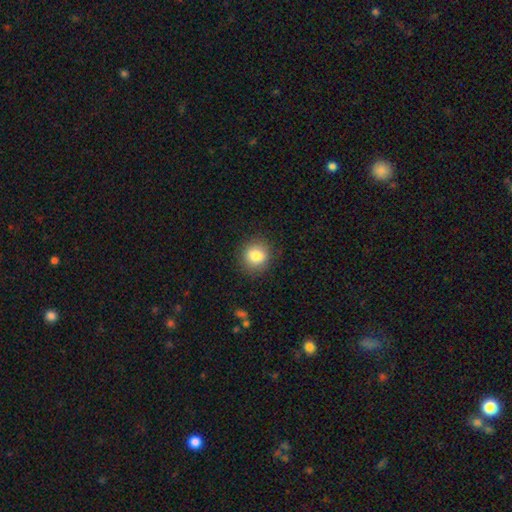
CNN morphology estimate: This is clearly a smooth galaxy (83%). How rounded: clearly round (86%). Merging: clearly none (88%).